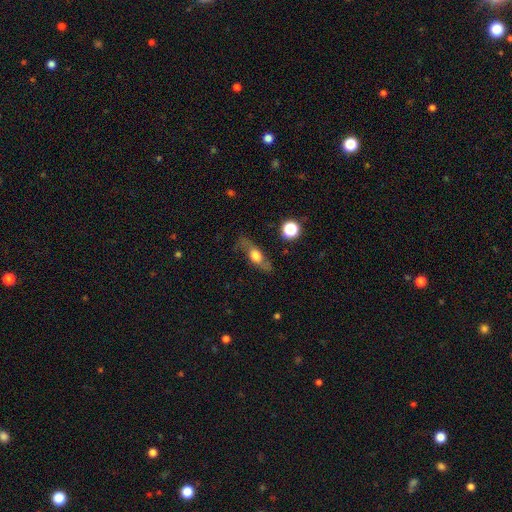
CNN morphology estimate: This appears to be a smooth galaxy with no disk features (48%). Merging: none (70%).